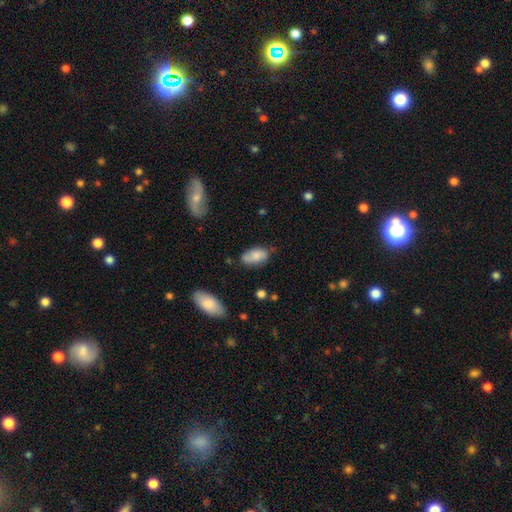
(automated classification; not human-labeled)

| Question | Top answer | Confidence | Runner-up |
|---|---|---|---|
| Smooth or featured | smooth | 73% | featured or disk (20%) |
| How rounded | in between | 92% | cigar-shaped (4%) |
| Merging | none | 67% | minor disturbance (24%) |